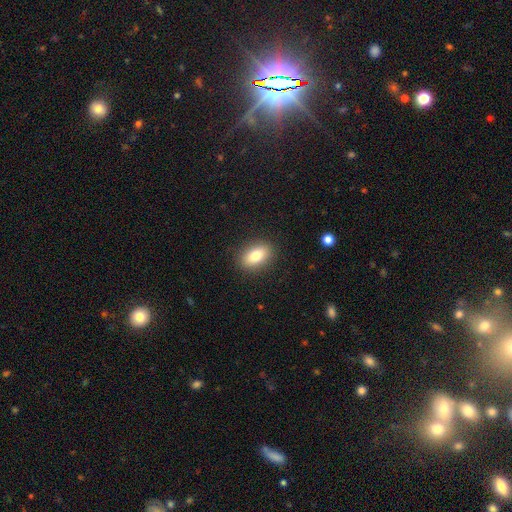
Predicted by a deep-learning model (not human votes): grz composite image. It shows a smooth galaxy with no disk features (81%) that is in between round and cigar-shaped (87%). Merging: none (88%).